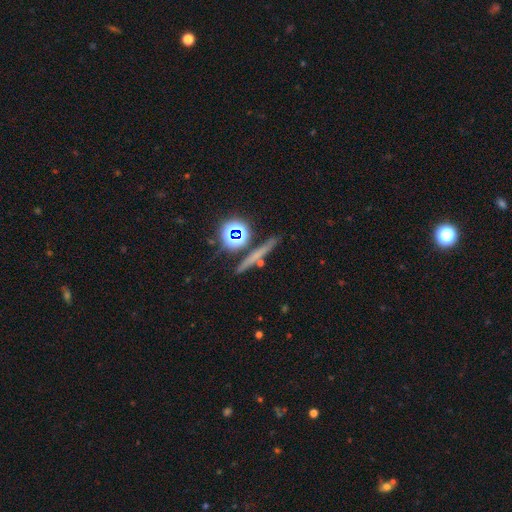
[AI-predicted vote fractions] Smooth or featured? smooth (37%)
Merging? none (82%)